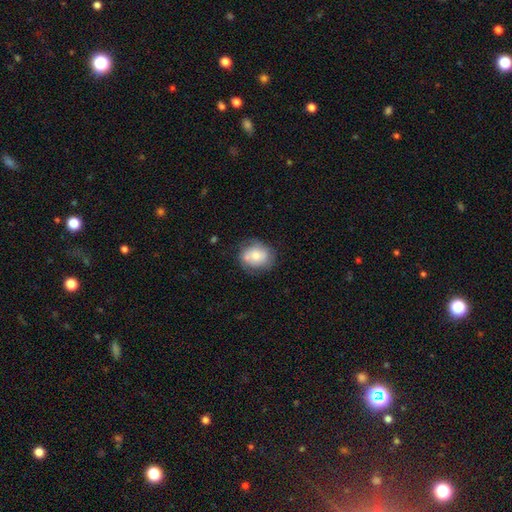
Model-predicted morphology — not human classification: Smooth or featured?
  - smooth: 64% *
  - featured or disk: 27%
  - star or artifact: 8%
How rounded?
  - round: 59% *
  - in between: 40%
  - cigar-shaped: 1%
Merging?
  - none: 67% *
  - minor disturbance: 22%
  - major disturbance: 7%
  - merger: 4%